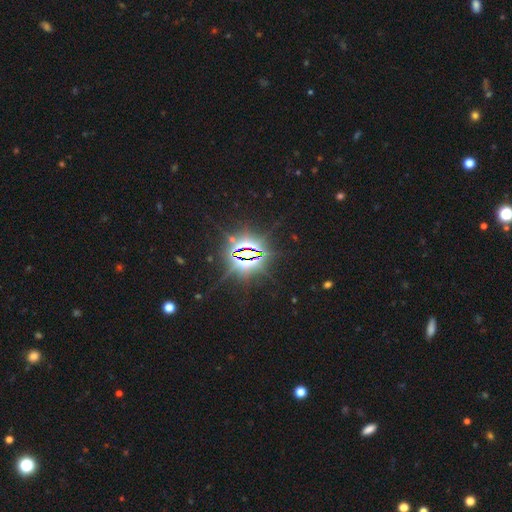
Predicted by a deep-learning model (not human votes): star or artifact 86%, smooth 8%, featured or disk 7%.